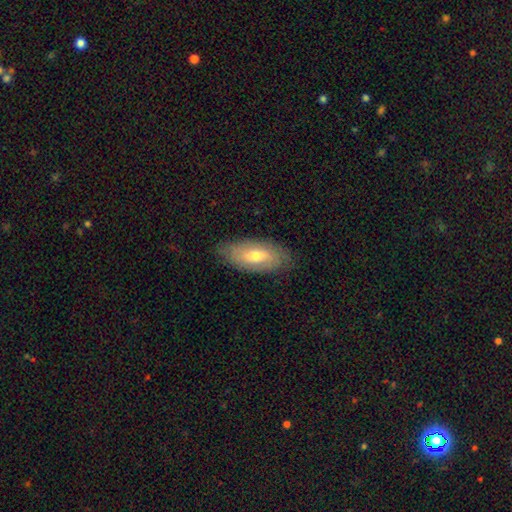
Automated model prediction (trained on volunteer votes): This appears to be a smooth galaxy with no disk features (55%) that is in between round and cigar-shaped (86%). Merging: none (80%).